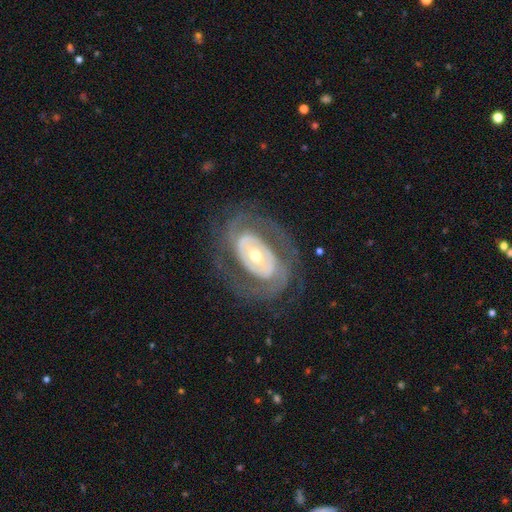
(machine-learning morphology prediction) A featured or disk galaxy (83%) with no bar (56%), 2 (53%) tight (57%) spiral arms (76%) and a moderate central bulge (56%). Merging: none (72%).